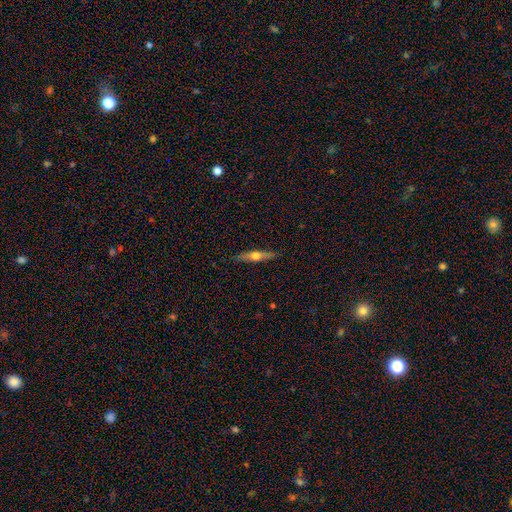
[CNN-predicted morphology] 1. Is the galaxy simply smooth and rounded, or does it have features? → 59% featured or disk, 35% smooth, 6% star or artifact.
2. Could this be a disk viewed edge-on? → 96% yes, 4% no.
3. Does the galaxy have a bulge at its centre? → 93% rounded, 4% none, 3% boxy.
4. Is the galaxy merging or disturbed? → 89% none, 8% minor disturbance, 2% major disturbance, 1% merger.